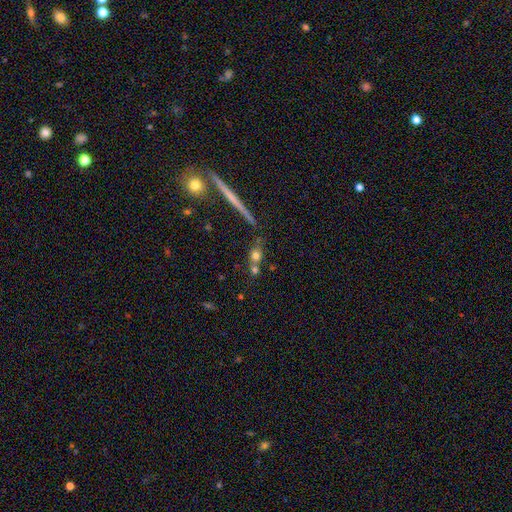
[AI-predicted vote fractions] smooth_or_featured: smooth (p=0.67) [alt: featured or disk p=0.19]
how_rounded: round (p=0.61) [alt: in between p=0.23]
merging: none (p=0.53) [alt: merger p=0.33]